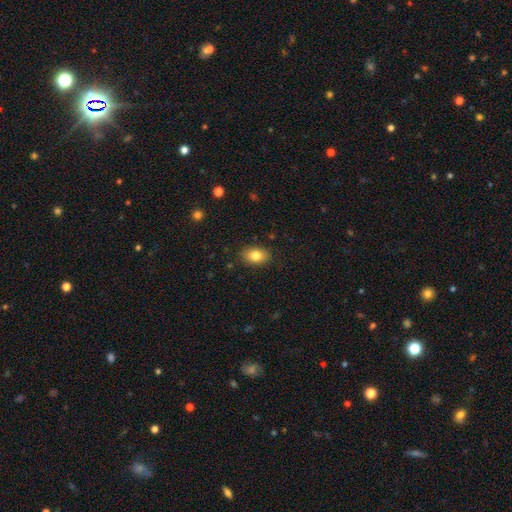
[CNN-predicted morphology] Smooth or featured? Predicted: smooth (p=0.82). How rounded? Predicted: in between (p=0.84). Merging? Predicted: none (p=0.87).